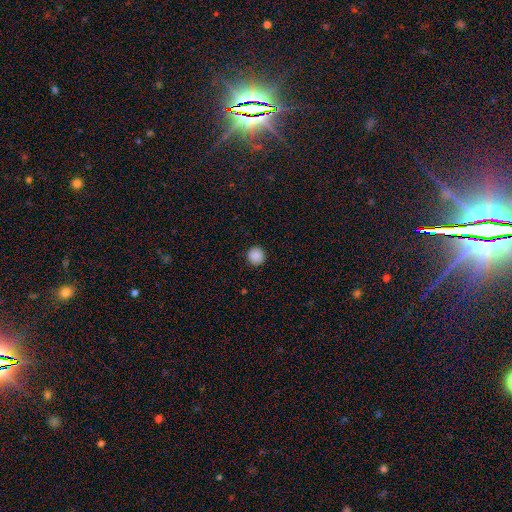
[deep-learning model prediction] smooth-or-featured: smooth: 88% | star or artifact: 9% | featured or disk: 3%
  how-rounded: round: 94% | in between: 5% | cigar-shaped: 1%
  merging: none: 91% | minor disturbance: 6% | major disturbance: 2% | merger: 1%